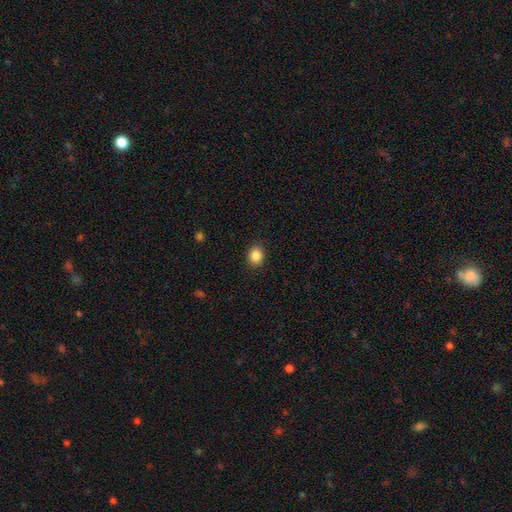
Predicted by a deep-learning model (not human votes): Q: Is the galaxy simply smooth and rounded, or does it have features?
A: smooth — 86%.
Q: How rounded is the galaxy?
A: round — 55%.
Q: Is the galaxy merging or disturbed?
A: none — 89%.